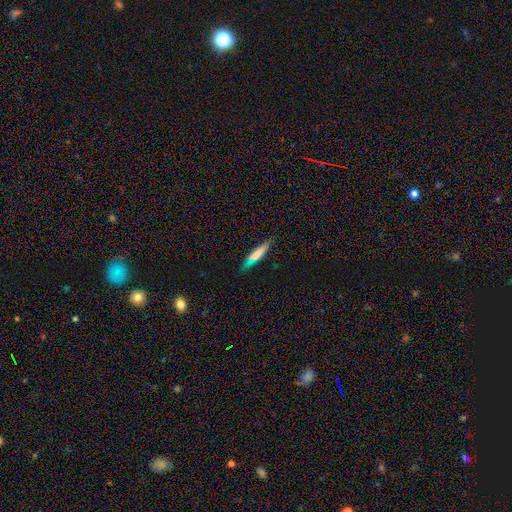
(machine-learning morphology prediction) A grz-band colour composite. It shows a smooth galaxy with no disk features (66%) that is cigar-shaped (90%). Merging: none (82%).